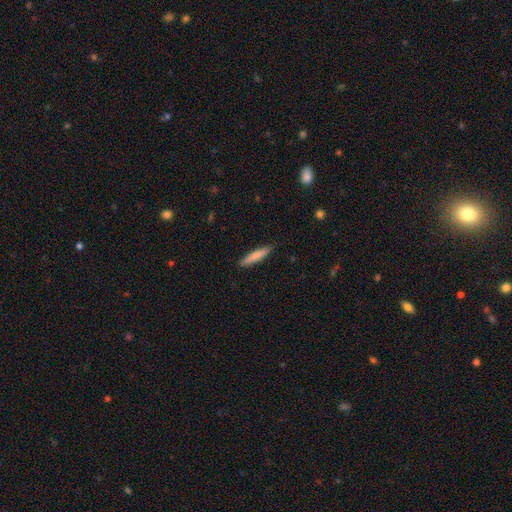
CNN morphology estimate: Q: Smooth or featured?
A: smooth (81%); runner-up: featured or disk (13%)
Q: How rounded?
A: cigar-shaped (88%); runner-up: in between (10%)
Q: Merging?
A: none (88%); runner-up: minor disturbance (9%)